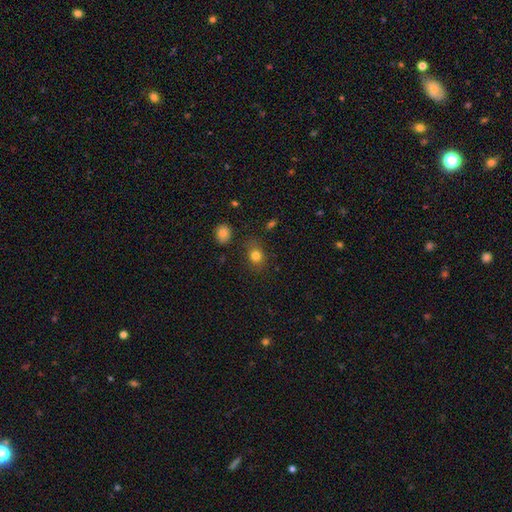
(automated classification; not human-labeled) smooth_or_featured: smooth (p=0.79) [alt: star or artifact p=0.13]
how_rounded: round (p=0.55) [alt: in between p=0.44]
merging: none (p=0.79) [alt: minor disturbance p=0.14]